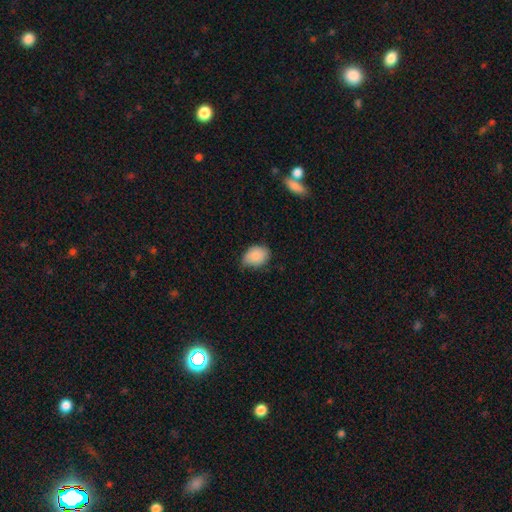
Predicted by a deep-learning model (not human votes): This appears to be a smooth galaxy with no disk features (85%) that is in between round and cigar-shaped (72%). Merging: none (62%).